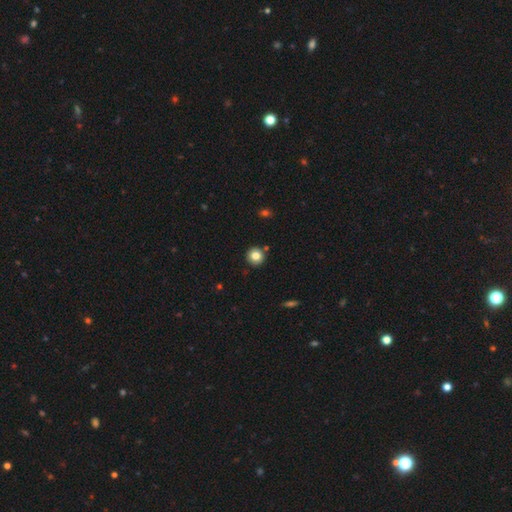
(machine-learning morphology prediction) Q: Smooth or featured?
A: smooth (81%); runner-up: star or artifact (11%)
Q: How rounded?
A: round (94%); runner-up: in between (5%)
Q: Merging?
A: none (89%); runner-up: minor disturbance (6%)